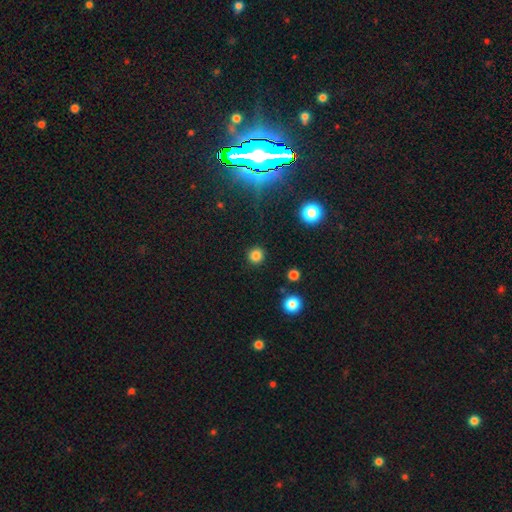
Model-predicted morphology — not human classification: smooth-or-featured: smooth: 81% | star or artifact: 14% | featured or disk: 4%
  how-rounded: round: 94% | in between: 5% | cigar-shaped: 1%
  merging: none: 91% | minor disturbance: 5% | major disturbance: 2% | merger: 1%